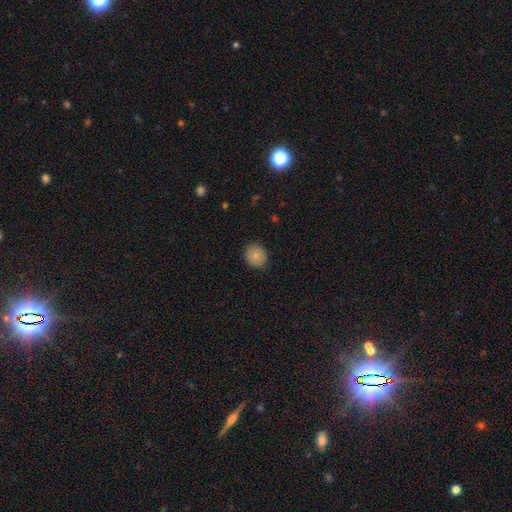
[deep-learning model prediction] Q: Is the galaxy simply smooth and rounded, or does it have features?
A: smooth — 82%.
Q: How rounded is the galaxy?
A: round — 83%.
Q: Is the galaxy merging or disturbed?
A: none — 88%.